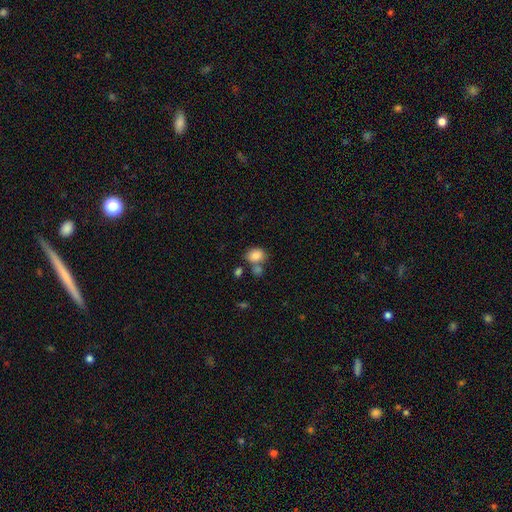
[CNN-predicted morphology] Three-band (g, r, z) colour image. It shows a smooth galaxy with no disk features (84%) that is in between round and cigar-shaped (64%). Merging: none (52%).